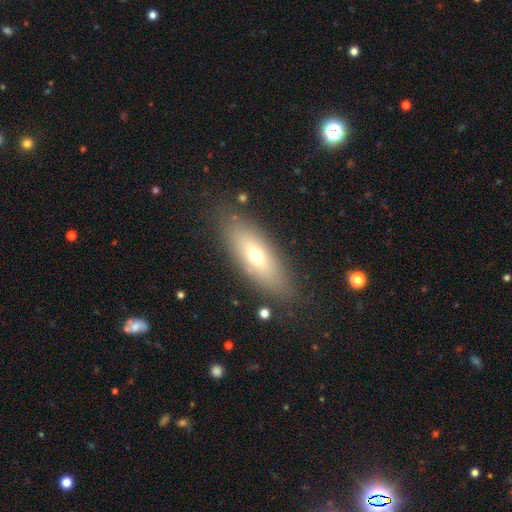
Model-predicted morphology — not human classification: smooth-or-featured: smooth: 61% | featured or disk: 30% | star or artifact: 9%
  how-rounded: in between: 61% | cigar-shaped: 36% | round: 4%
  merging: none: 83% | minor disturbance: 11% | major disturbance: 4% | merger: 2%